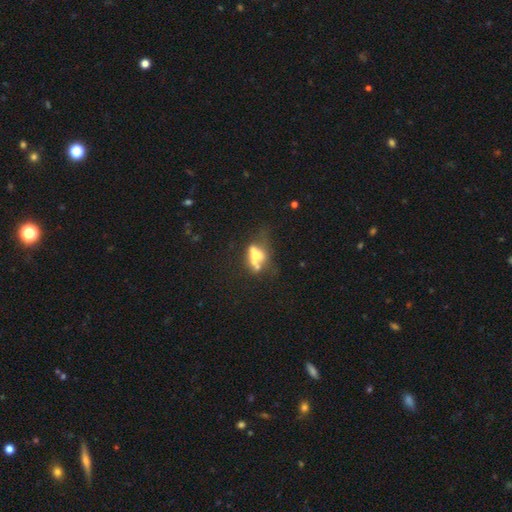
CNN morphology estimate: Smooth or featured? featured or disk (46%)
Merging? merger (45%)